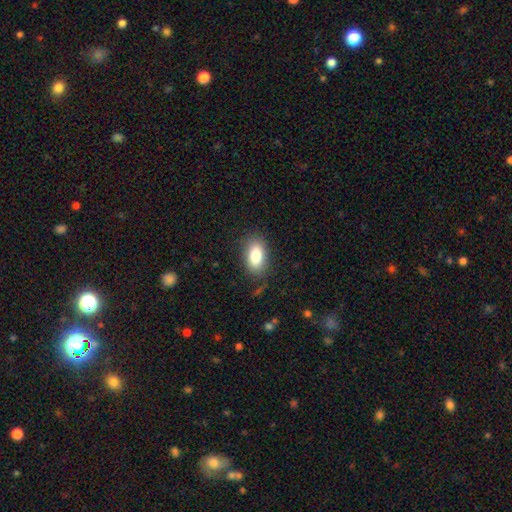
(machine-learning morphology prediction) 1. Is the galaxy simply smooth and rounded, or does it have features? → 83% smooth, 9% featured or disk, 8% star or artifact.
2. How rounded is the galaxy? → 91% in between, 6% round, 3% cigar-shaped.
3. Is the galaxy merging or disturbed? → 83% none, 12% minor disturbance, 4% major disturbance, 1% merger.